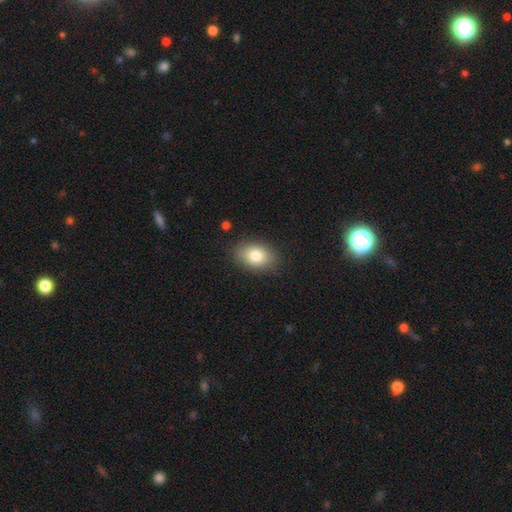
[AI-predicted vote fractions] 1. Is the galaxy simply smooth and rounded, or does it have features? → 81% smooth, 11% featured or disk, 8% star or artifact.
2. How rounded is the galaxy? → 81% in between, 18% round, 1% cigar-shaped.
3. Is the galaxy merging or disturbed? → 85% none, 11% minor disturbance, 3% major disturbance, 1% merger.